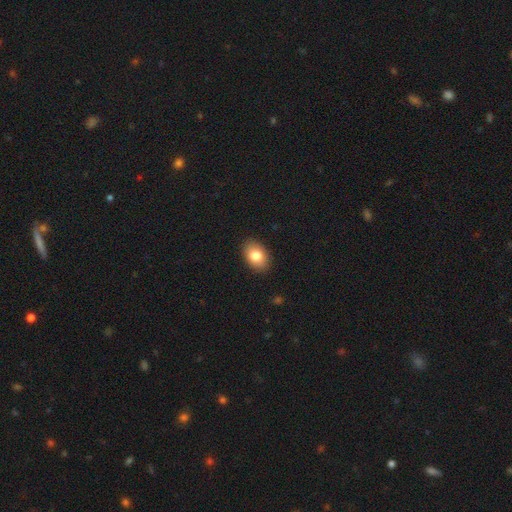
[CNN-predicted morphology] This appears to be a smooth galaxy with no disk features (83%) that is in between round and cigar-shaped (83%). Merging: none (89%).